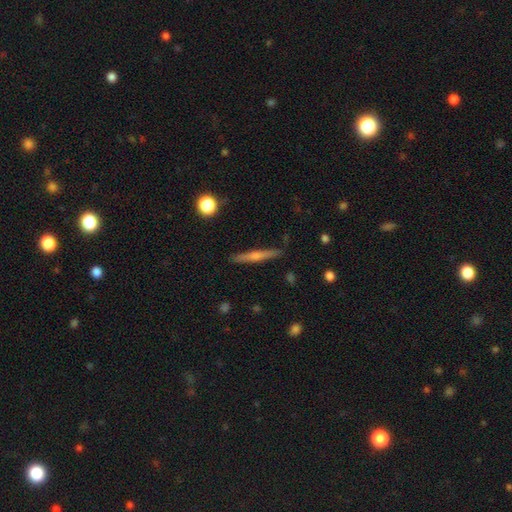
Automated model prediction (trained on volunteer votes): smooth-or-featured: featured or disk: 56% | smooth: 37% | star or artifact: 7%
  disk-edge-on: yes: 97% | no: 3%
    edge-on-bulge: rounded: 72% | none: 22% | boxy: 7%
  merging: none: 89% | minor disturbance: 8% | major disturbance: 2% | merger: 1%